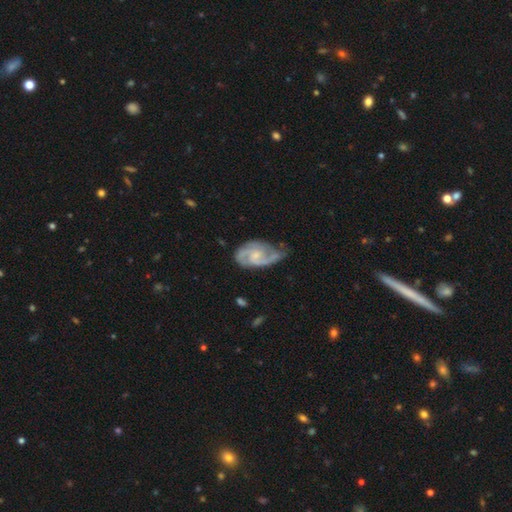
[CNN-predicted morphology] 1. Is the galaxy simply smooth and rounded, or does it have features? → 84% featured or disk, 11% smooth, 5% star or artifact.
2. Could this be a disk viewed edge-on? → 97% no, 3% yes.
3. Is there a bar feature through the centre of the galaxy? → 58% no, 37% weak, 6% strong.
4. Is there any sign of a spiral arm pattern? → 96% yes, 4% no.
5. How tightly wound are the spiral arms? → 50% medium, 33% tight, 16% loose.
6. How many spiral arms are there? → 59% 2, 22% 3, 10% can't tell, 4% 1, 3% 4, 2% more than 4.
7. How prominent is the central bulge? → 57% small, 29% moderate, 11% none, 2% large, 1% dominant.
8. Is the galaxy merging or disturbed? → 51% none, 32% minor disturbance, 15% major disturbance, 3% merger.